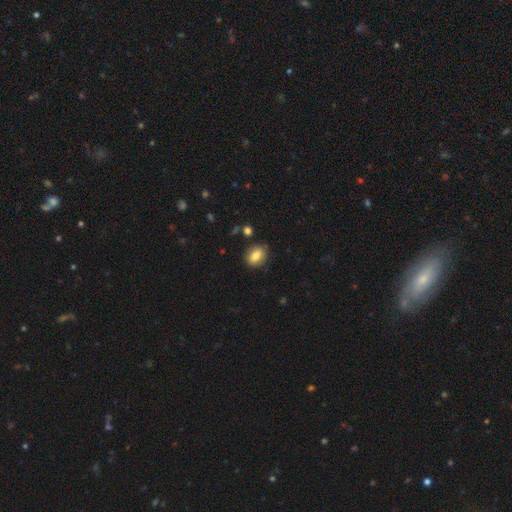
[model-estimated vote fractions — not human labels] smooth_or_featured: smooth (p=0.80) [alt: featured or disk p=0.11]
how_rounded: in between (p=0.61) [alt: round p=0.38]
merging: none (p=0.83) [alt: minor disturbance p=0.12]